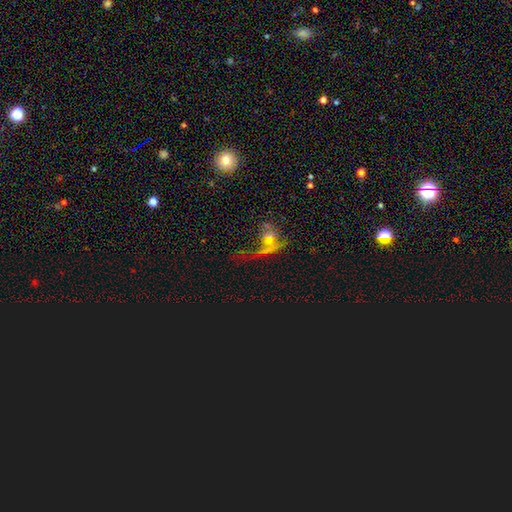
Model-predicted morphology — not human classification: Smooth or featured? Predicted: star or artifact (p=0.49).